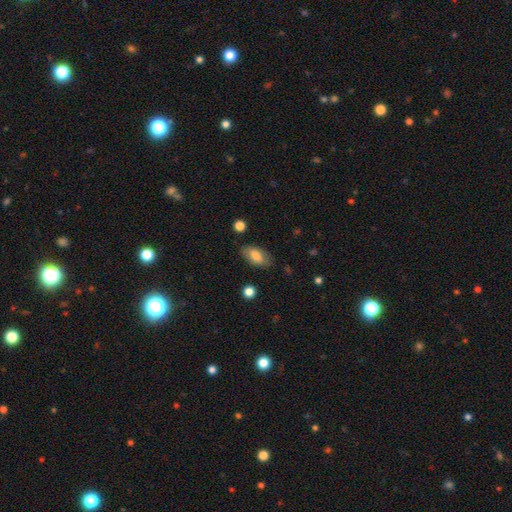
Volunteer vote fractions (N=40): Morphology: type=smooth (80%); roundness=in between (94%); merging=none (89%).